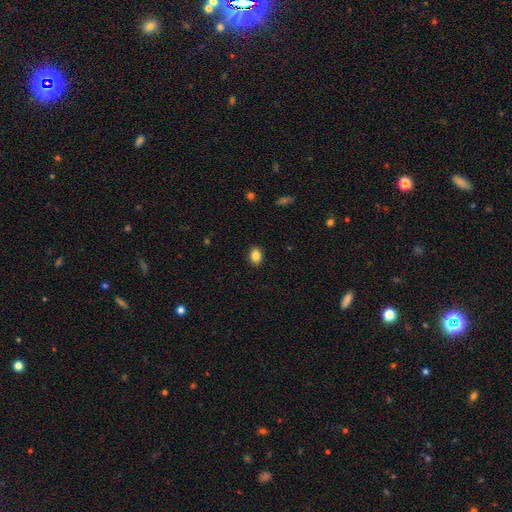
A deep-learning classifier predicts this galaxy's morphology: This is clearly a smooth galaxy (86%). How rounded: likely in between (70%). Merging: clearly none (90%).